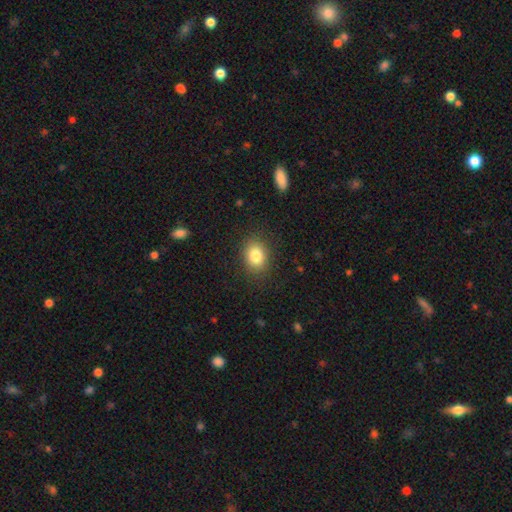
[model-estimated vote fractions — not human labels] smooth 83%, star or artifact 10%, featured or disk 8%. Down the decision tree: how rounded — in between (59%); merging — none (86%).